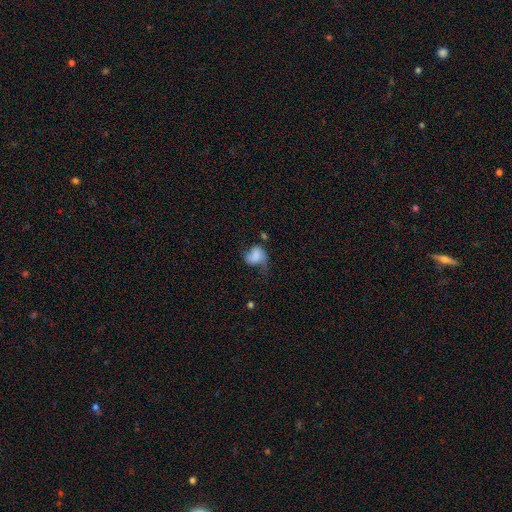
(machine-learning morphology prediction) A smooth galaxy with no disk features (61%) that is in between round and cigar-shaped (55%). Merging: major disturbance (34%).